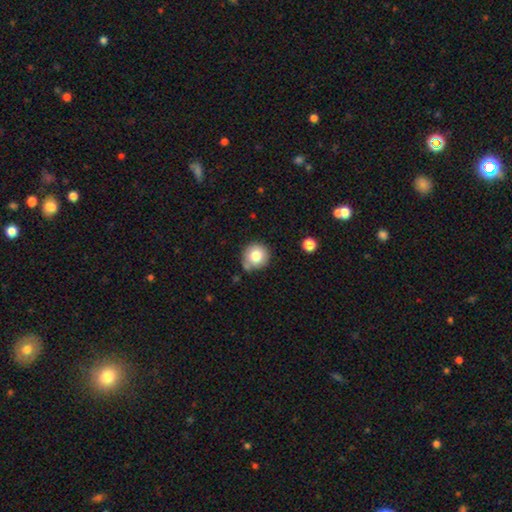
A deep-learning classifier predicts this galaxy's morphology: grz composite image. It shows a smooth galaxy with no disk features (80%) that is round (92%). Merging: none (73%).